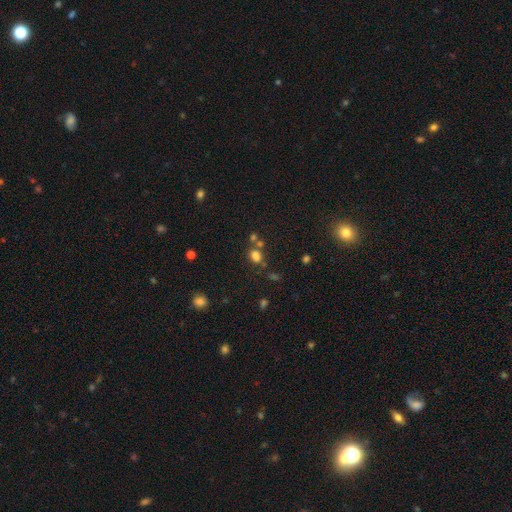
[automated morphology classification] Smooth or featured?
  - smooth: 70% *
  - star or artifact: 21%
  - featured or disk: 9%
How rounded?
  - in between: 52% *
  - round: 47%
  - cigar-shaped: 2%
Merging?
  - none: 53% *
  - merger: 29%
  - minor disturbance: 12%
  - major disturbance: 6%